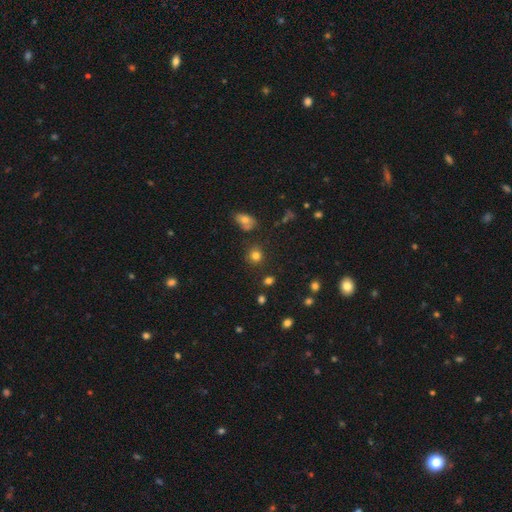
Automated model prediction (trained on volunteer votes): Smooth or featured: smooth — 79% (star or artifact — 14%)
How rounded: round — 84% (in between — 15%)
Merging: none — 81% (minor disturbance — 10%)